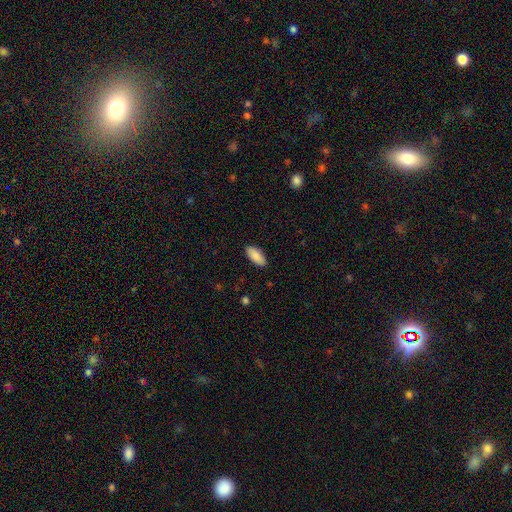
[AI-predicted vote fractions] A smooth galaxy with no disk features (87%) that is in between round and cigar-shaped (87%). Merging: none (89%).